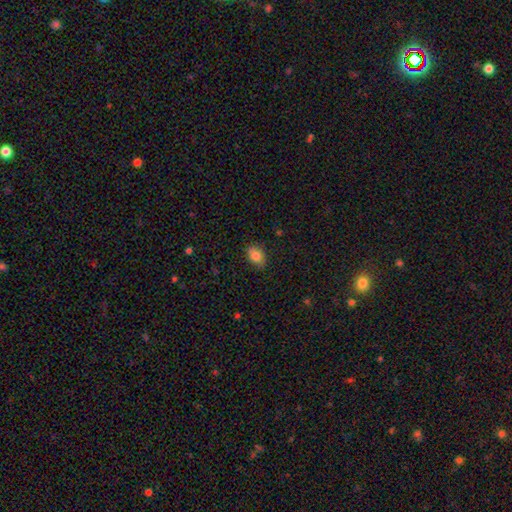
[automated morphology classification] smooth-or-featured: smooth: 84% | star or artifact: 9% | featured or disk: 7%
  how-rounded: in between: 78% | round: 20% | cigar-shaped: 1%
  merging: none: 79% | minor disturbance: 17% | major disturbance: 3% | merger: 1%